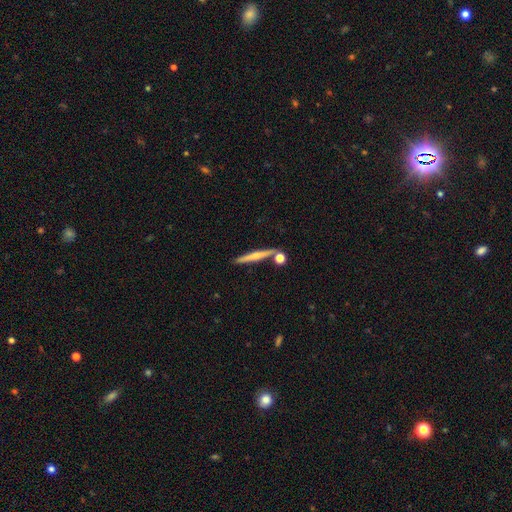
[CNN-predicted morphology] This appears to be a featured or disk galaxy (49%). Merging: none (80%).